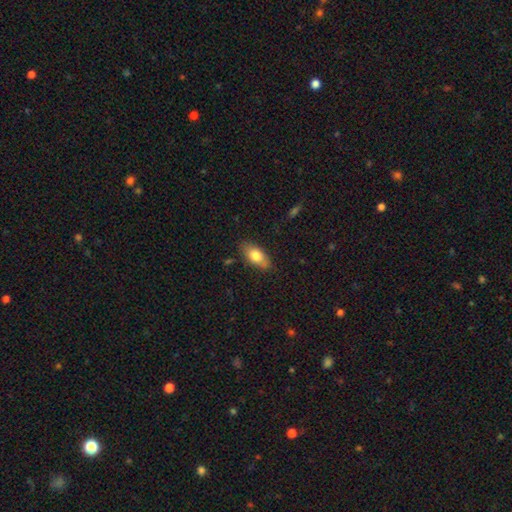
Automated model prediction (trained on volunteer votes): A smooth galaxy with no disk features (76%) that is in between round and cigar-shaped (89%).

Vote fractions:
- Smooth or featured? smooth: 76% / featured or disk: 17% / star or artifact: 7%
- How rounded? in between: 89% / cigar-shaped: 7% / round: 4%
- Merging? none: 79% / minor disturbance: 16% / major disturbance: 3% / merger: 2%